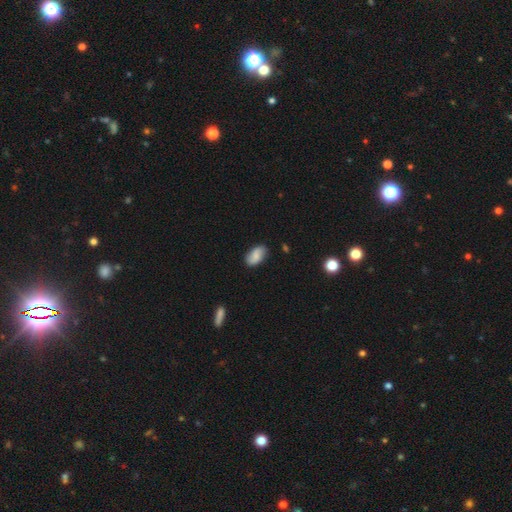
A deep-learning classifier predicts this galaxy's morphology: smooth_or_featured: smooth (p=0.70) [alt: featured or disk p=0.22]
how_rounded: in between (p=0.92) [alt: round p=0.05]
merging: none (p=0.80) [alt: minor disturbance p=0.15]